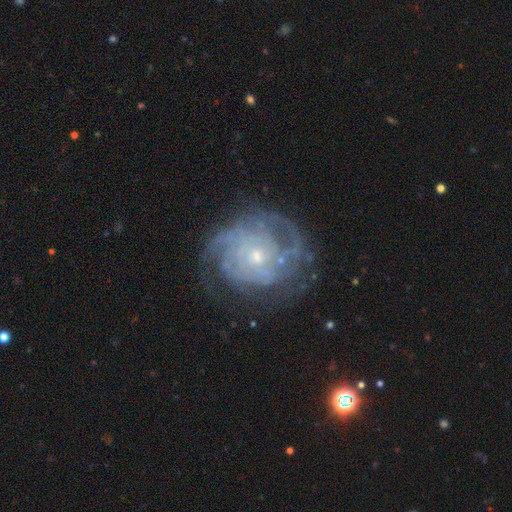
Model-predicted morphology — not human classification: smooth_or_featured: featured or disk (p=0.85) [alt: smooth p=0.08]
disk_edge_on: no (p=0.98) [alt: yes p=0.02]
bar: no (p=0.80) [alt: weak p=0.16]
has_spiral_arms: yes (p=0.93) [alt: no p=0.07]
spiral_winding: tight (p=0.68) [alt: medium p=0.25]
spiral_arm_count: can't tell (p=0.38) [alt: 3 p=0.18]
bulge_size: small (p=0.68) [alt: moderate p=0.27]
merging: none (p=0.67) [alt: minor disturbance p=0.18]